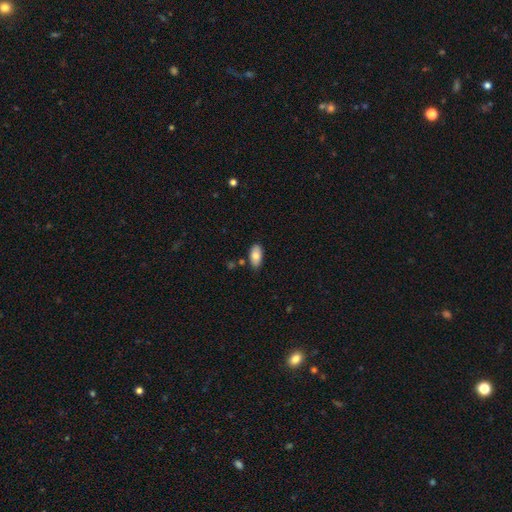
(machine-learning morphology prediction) This is likely a smooth galaxy (80%). How rounded: clearly in between (94%). Merging: clearly none (81%).